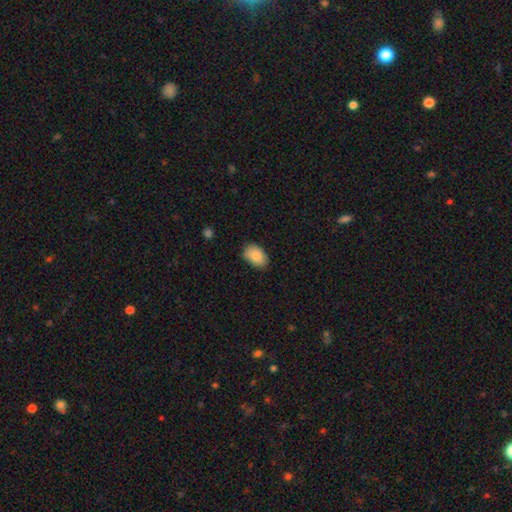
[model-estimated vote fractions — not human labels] smooth_or_featured: smooth (p=0.86) [alt: featured or disk p=0.07]
how_rounded: in between (p=0.88) [alt: round p=0.11]
merging: none (p=0.77) [alt: minor disturbance p=0.19]